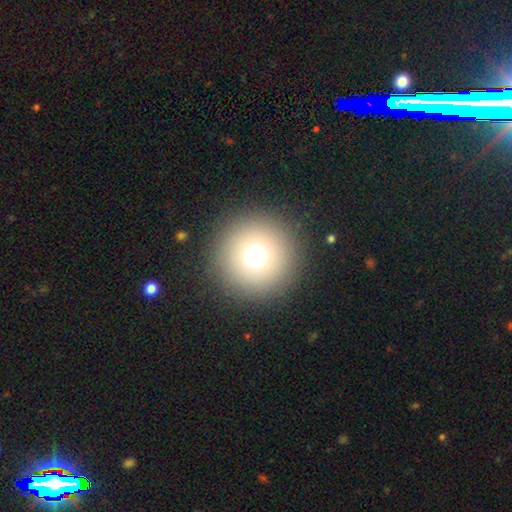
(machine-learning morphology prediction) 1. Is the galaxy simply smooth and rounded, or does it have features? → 72% smooth, 16% star or artifact, 11% featured or disk.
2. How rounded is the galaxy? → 97% round, 2% in between, 1% cigar-shaped.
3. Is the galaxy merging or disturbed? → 92% none, 4% minor disturbance, 3% major disturbance, 1% merger.